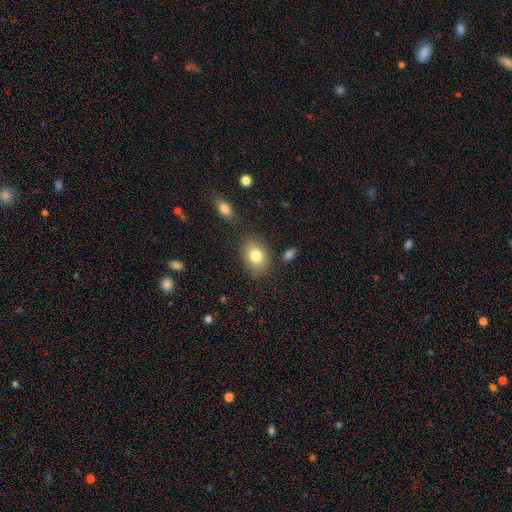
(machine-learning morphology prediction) smooth-or-featured: smooth: 81% | featured or disk: 11% | star or artifact: 8%
  how-rounded: in between: 74% | round: 25% | cigar-shaped: 1%
  merging: none: 79% | minor disturbance: 13% | merger: 5% | major disturbance: 4%